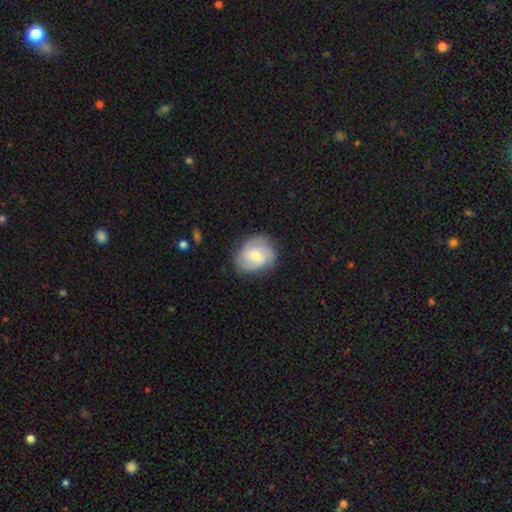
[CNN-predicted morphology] Smooth or featured?
  - featured or disk: 53% *
  - smooth: 41%
  - star or artifact: 7%
Edge-on disk?
  - no: 97% *
  - yes: 3%
Bar?
  - weak: 48% *
  - no: 43%
  - strong: 10%
Spiral arms?
  - yes: 85% *
  - no: 15%
Bulge size?
  - small: 48% *
  - moderate: 47%
  - large: 3%
  - none: 2%
  - dominant: 1%
Merging?
  - none: 73% *
  - minor disturbance: 20%
  - major disturbance: 6%
  - merger: 1%